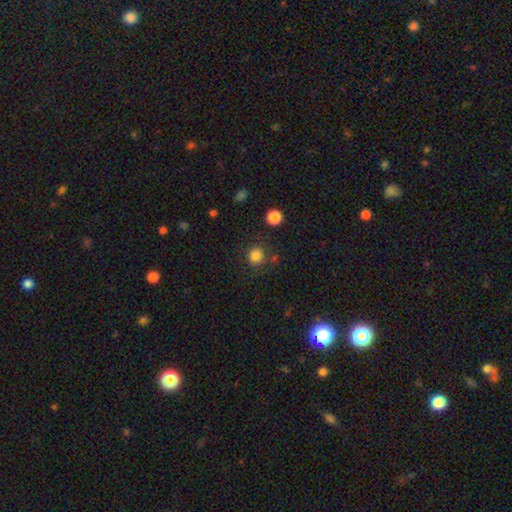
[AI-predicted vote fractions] A smooth galaxy with no disk features (84%) that is round (87%).

Vote fractions:
- Smooth or featured? smooth: 84% / star or artifact: 12% / featured or disk: 4%
- How rounded? round: 87% / in between: 12% / cigar-shaped: 1%
- Merging? none: 82% / minor disturbance: 10% / major disturbance: 4% / merger: 4%